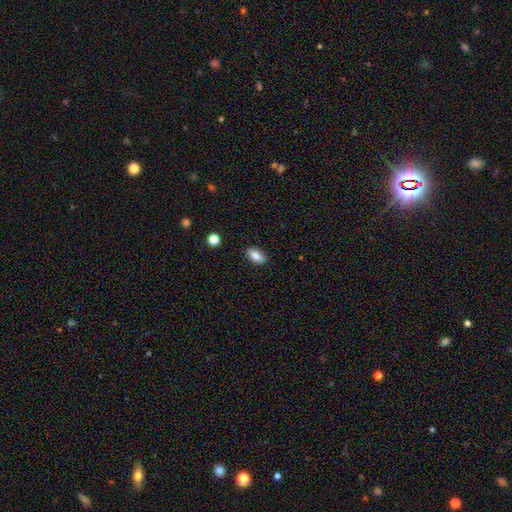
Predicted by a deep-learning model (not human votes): The model was most divided on "smooth or featured": smooth: 80%, featured or disk: 12%, star or artifact: 8%. More confident: merging — none (87%); how rounded — in between (85%).